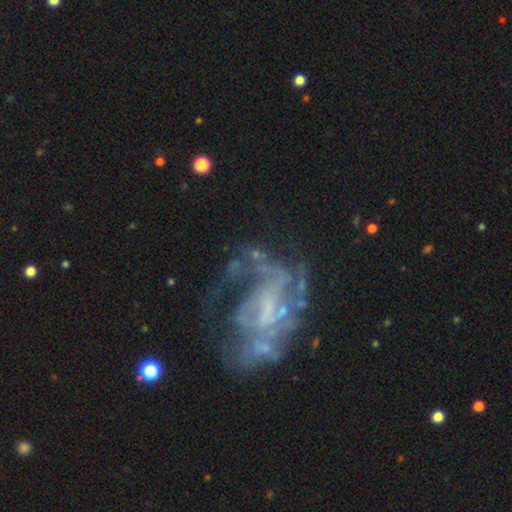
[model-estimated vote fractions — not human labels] Smooth or featured: featured or disk — 73% (star or artifact — 14%)
Edge-on disk: no — 97% (yes — 3%)
Bar: no — 50% (weak — 34%)
Spiral arms: yes — 66% (no — 34%)
Bulge size: none — 48% (small — 30%)
Merging: major disturbance — 38% (none — 34%)